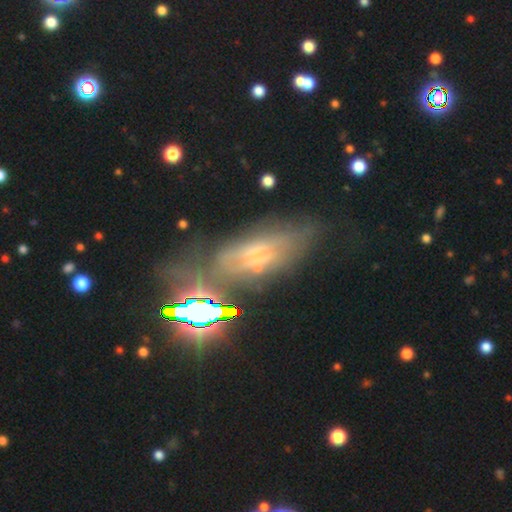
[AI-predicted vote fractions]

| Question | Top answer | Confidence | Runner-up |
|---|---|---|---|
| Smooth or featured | featured or disk | 43% | smooth (31%) |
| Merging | none | 50% | minor disturbance (23%) |